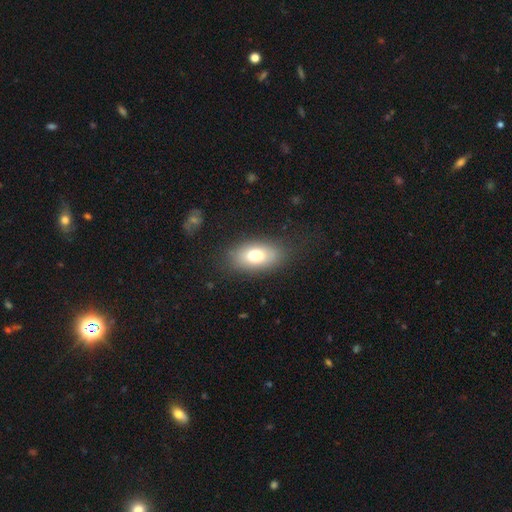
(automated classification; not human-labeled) A smooth galaxy with no disk features (73%) that is in between round and cigar-shaped (88%). Merging: none (81%).